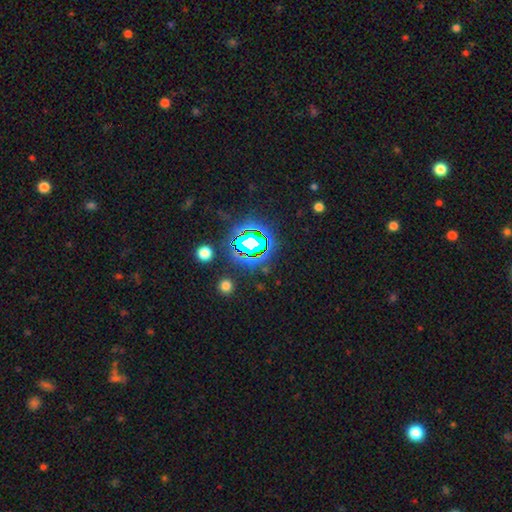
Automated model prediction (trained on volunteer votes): Smooth or featured?
  - star or artifact: 80% *
  - smooth: 13%
  - featured or disk: 7%